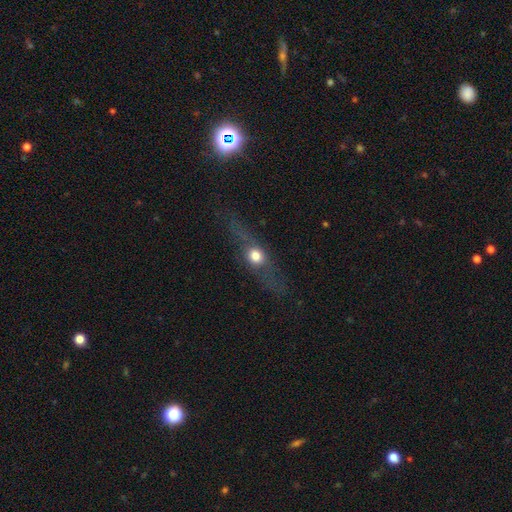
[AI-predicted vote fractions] smooth-or-featured: featured or disk: 46% | smooth: 42% | star or artifact: 11%
  merging: none: 74% | minor disturbance: 15% | major disturbance: 10% | merger: 2%